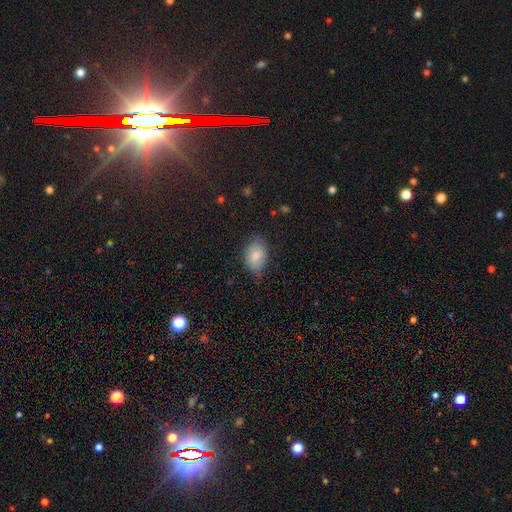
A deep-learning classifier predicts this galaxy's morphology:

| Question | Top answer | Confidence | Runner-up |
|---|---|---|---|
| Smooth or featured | smooth | 76% | featured or disk (17%) |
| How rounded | in between | 81% | round (17%) |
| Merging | none | 69% | minor disturbance (25%) |